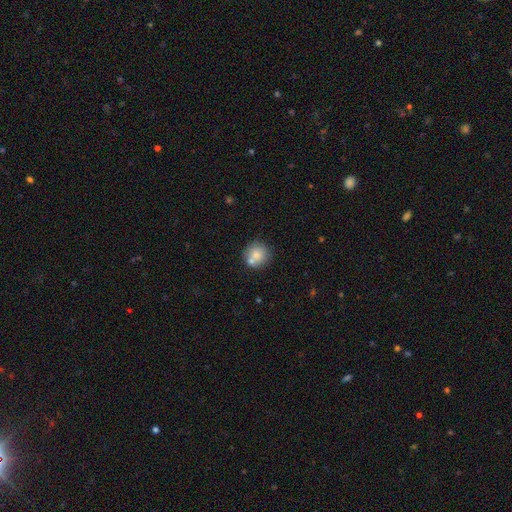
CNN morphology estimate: Smooth or featured: smooth — 76% (featured or disk — 15%)
How rounded: round — 91% (in between — 8%)
Merging: none — 63% (merger — 21%)